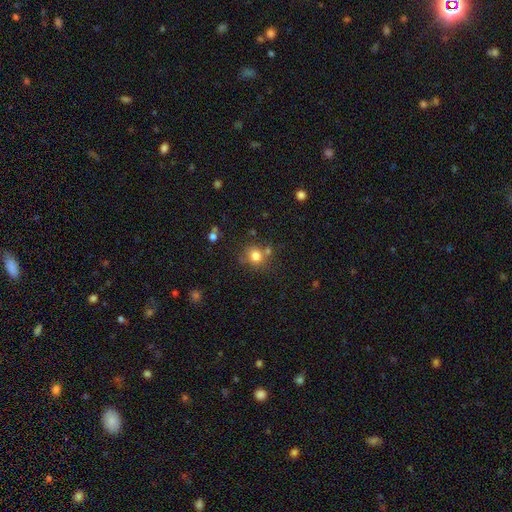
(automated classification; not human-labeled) smooth_or_featured: smooth (p=0.79) [alt: star or artifact p=0.13]
how_rounded: round (p=0.81) [alt: in between p=0.18]
merging: none (p=0.67) [alt: merger p=0.15]